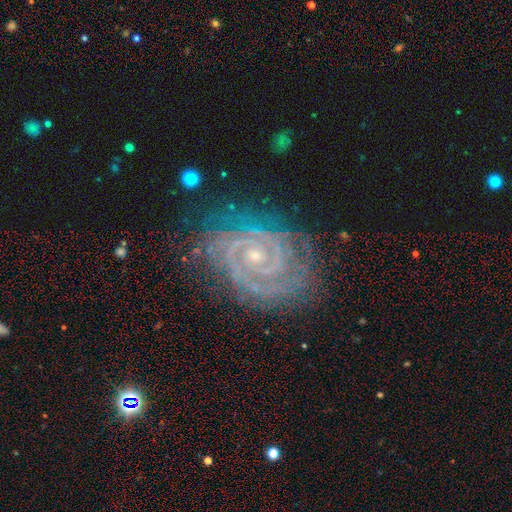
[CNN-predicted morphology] smooth_or_featured: featured or disk (p=0.89) [alt: star or artifact p=0.07]
disk_edge_on: no (p=0.97) [alt: yes p=0.03]
bar: no (p=0.67) [alt: weak p=0.23]
has_spiral_arms: yes (p=0.98) [alt: no p=0.02]
spiral_winding: tight (p=0.81) [alt: medium p=0.17]
spiral_arm_count: 2 (p=0.58) [alt: 3 p=0.15]
bulge_size: small (p=0.72) [alt: moderate p=0.24]
merging: none (p=0.76) [alt: minor disturbance p=0.17]